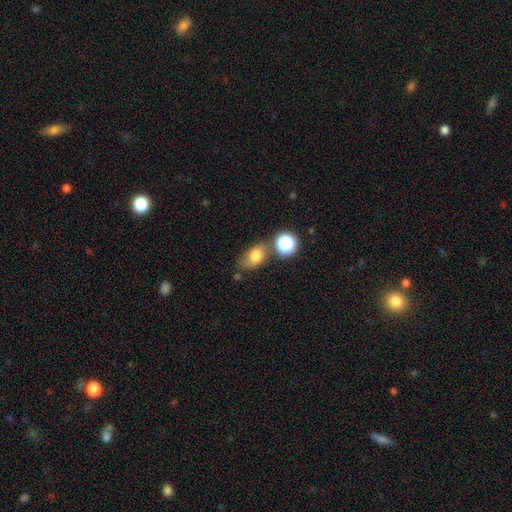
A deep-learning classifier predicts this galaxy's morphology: Overall: smooth (71%). How rounded: in between (77%). Merging: none (57%; minor disturbance 21%).